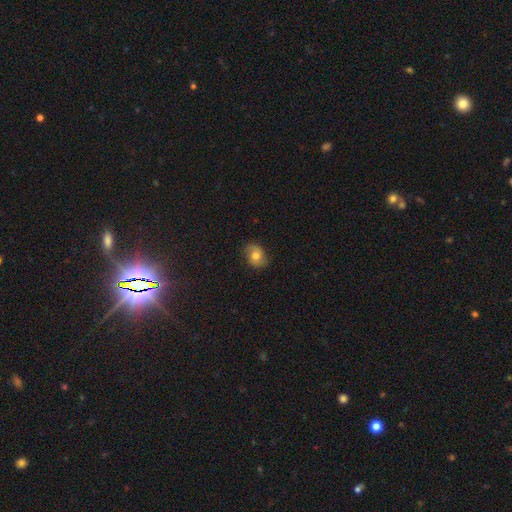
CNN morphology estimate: Overall: smooth (61%; featured or disk 30%). How rounded: in between (60%; round 39%). Merging: none (78%).